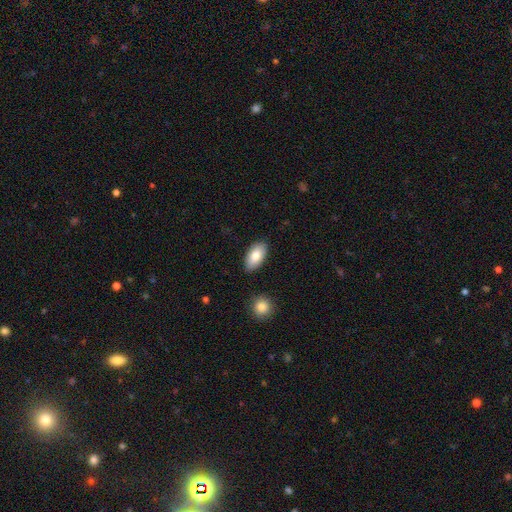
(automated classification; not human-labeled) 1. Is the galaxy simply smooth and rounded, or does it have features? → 80% smooth, 14% featured or disk, 6% star or artifact.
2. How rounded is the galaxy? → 95% in between, 3% round, 2% cigar-shaped.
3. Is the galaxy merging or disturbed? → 86% none, 9% minor disturbance, 2% merger, 2% major disturbance.